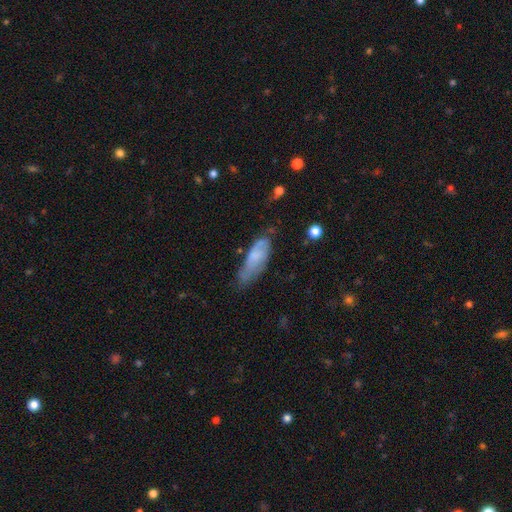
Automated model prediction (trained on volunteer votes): Smooth or featured? Predicted: smooth (p=0.64). How rounded? Predicted: in between (p=0.60). Merging? Predicted: none (p=0.47).